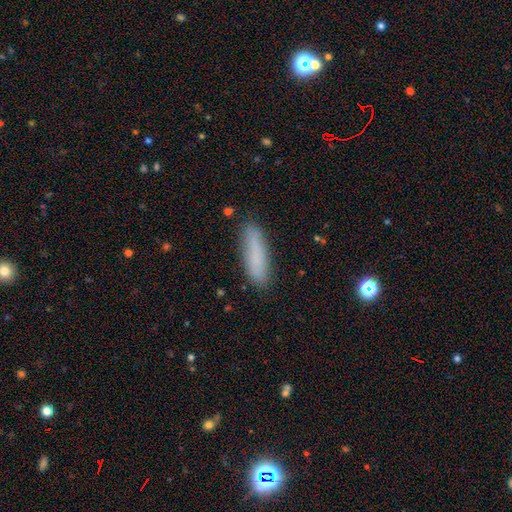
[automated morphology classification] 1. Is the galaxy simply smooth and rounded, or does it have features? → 80% smooth, 11% featured or disk, 8% star or artifact.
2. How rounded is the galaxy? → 68% cigar-shaped, 30% in between, 2% round.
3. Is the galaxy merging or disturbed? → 83% none, 13% minor disturbance, 3% major disturbance, 2% merger.